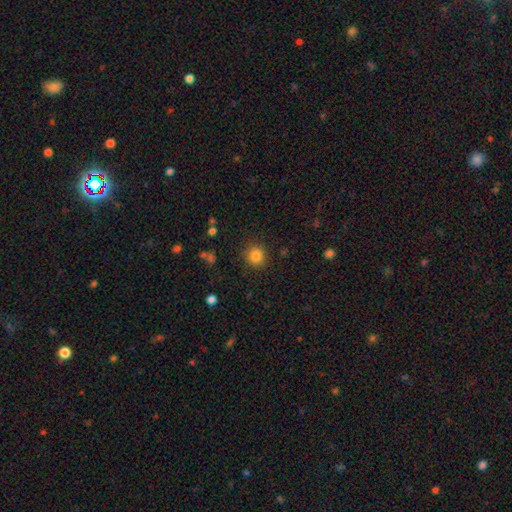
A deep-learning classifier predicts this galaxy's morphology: Q: Smooth or featured?
A: smooth (84%); runner-up: star or artifact (12%)
Q: How rounded?
A: round (90%); runner-up: in between (9%)
Q: Merging?
A: none (89%); runner-up: minor disturbance (7%)